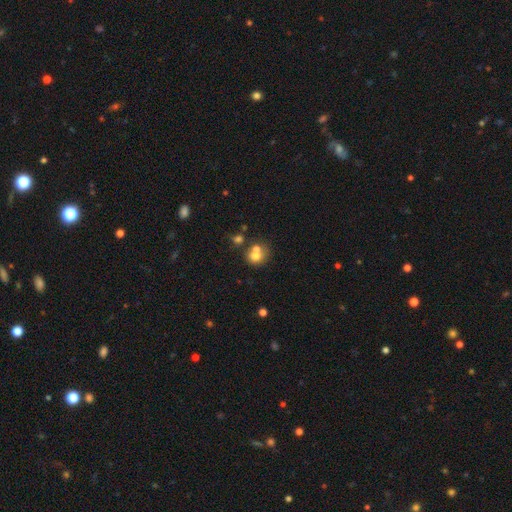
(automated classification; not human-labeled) The model was most divided on "merging": merger: 51%, none: 38%, minor disturbance: 8%, major disturbance: 4%. More confident: how rounded — round (75%); smooth or featured — smooth (68%).